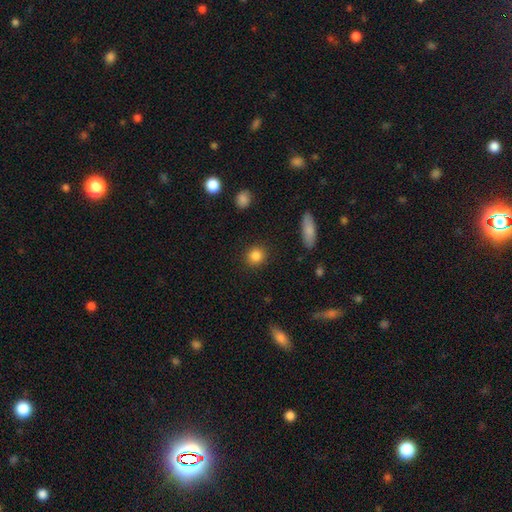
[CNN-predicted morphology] Smooth or featured? smooth (86%)
How rounded? round (88%)
Merging? none (90%)